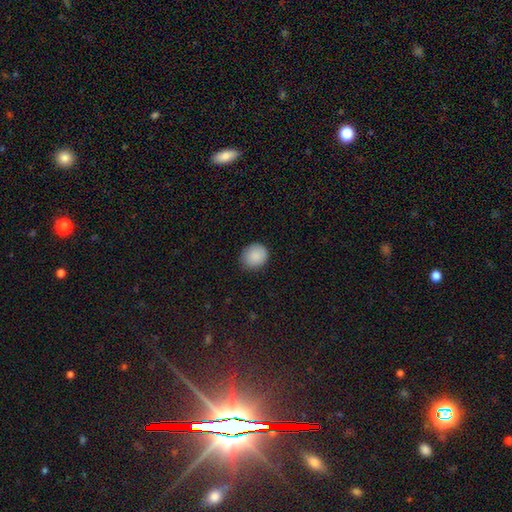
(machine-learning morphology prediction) Smooth or featured: smooth — 88% (star or artifact — 8%)
How rounded: round — 80% (in between — 19%)
Merging: none — 84% (minor disturbance — 12%)